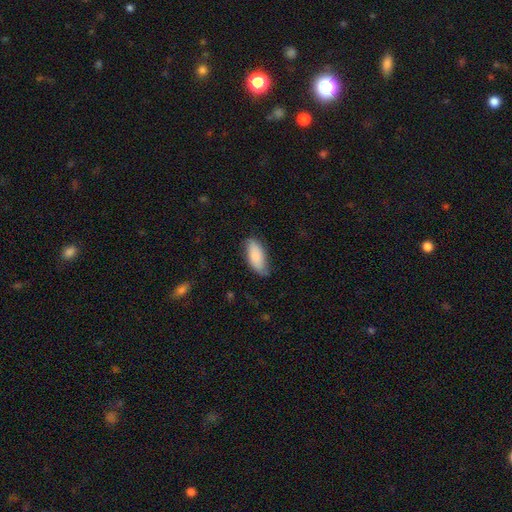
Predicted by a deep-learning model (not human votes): smooth-or-featured: smooth: 83% | featured or disk: 11% | star or artifact: 6%
  how-rounded: in between: 84% | cigar-shaped: 14% | round: 2%
  merging: none: 70% | minor disturbance: 24% | major disturbance: 4% | merger: 1%